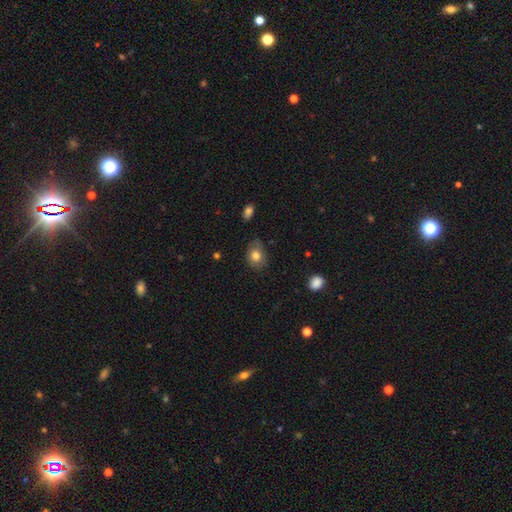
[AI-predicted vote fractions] A smooth galaxy with no disk features (78%) that is in between round and cigar-shaped (64%).

Vote fractions:
- Smooth or featured? smooth: 78% / featured or disk: 13% / star or artifact: 9%
- How rounded? in between: 64% / round: 35% / cigar-shaped: 1%
- Merging? none: 69% / minor disturbance: 24% / major disturbance: 5% / merger: 2%